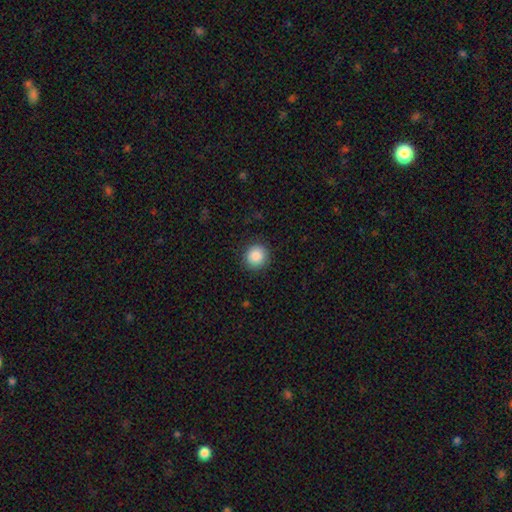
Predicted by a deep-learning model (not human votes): Morphology: type=smooth (87%); roundness=round (91%); merging=none (90%).